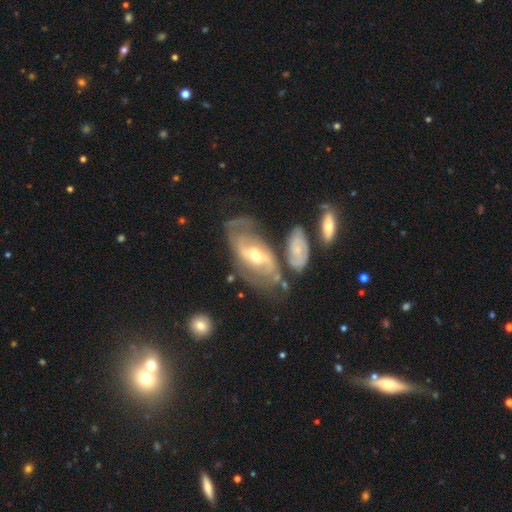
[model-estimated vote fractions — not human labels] smooth_or_featured: featured or disk (p=0.79) [alt: smooth p=0.15]
disk_edge_on: no (p=0.92) [alt: yes p=0.08]
bar: weak (p=0.41) [alt: no p=0.30]
has_spiral_arms: yes (p=0.83) [alt: no p=0.17]
spiral_winding: medium (p=0.41) [alt: tight p=0.34]
spiral_arm_count: 2 (p=0.65) [alt: can't tell p=0.23]
bulge_size: moderate (p=0.65) [alt: small p=0.28]
merging: none (p=0.51) [alt: minor disturbance p=0.21]